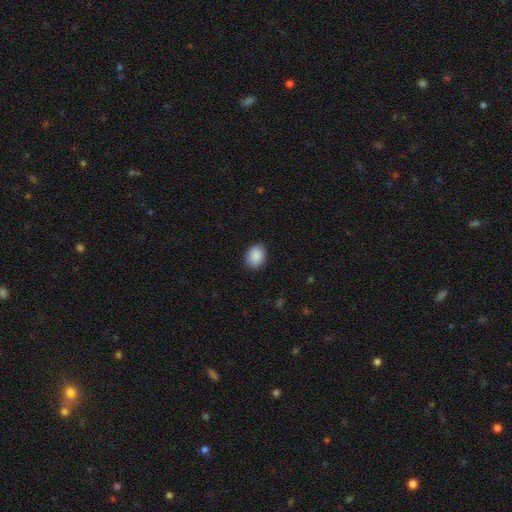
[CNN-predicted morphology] This appears to be a smooth galaxy with no disk features (90%) that is in between round and cigar-shaped (63%). Merging: none (86%).